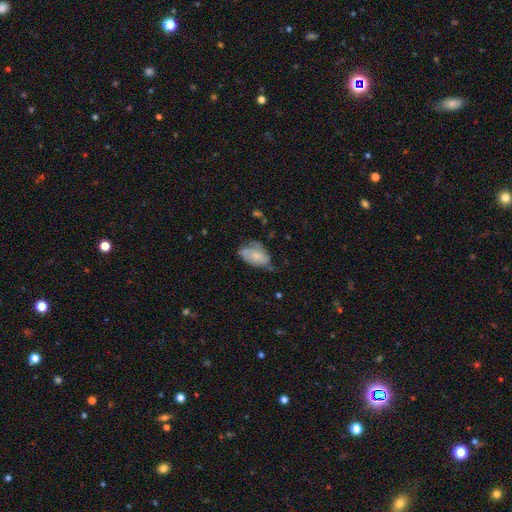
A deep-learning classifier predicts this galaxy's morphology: Smooth or featured? smooth (54%)
How rounded? in between (91%)
Merging? none (37%, tied with minor disturbance)